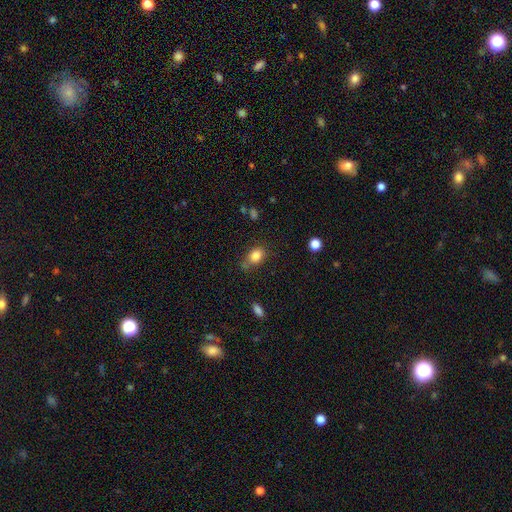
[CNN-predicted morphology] Smooth or featured?
  - smooth: 83% *
  - star or artifact: 10%
  - featured or disk: 7%
How rounded?
  - in between: 63% *
  - round: 36%
  - cigar-shaped: 2%
Merging?
  - none: 64% *
  - minor disturbance: 23%
  - merger: 7%
  - major disturbance: 6%